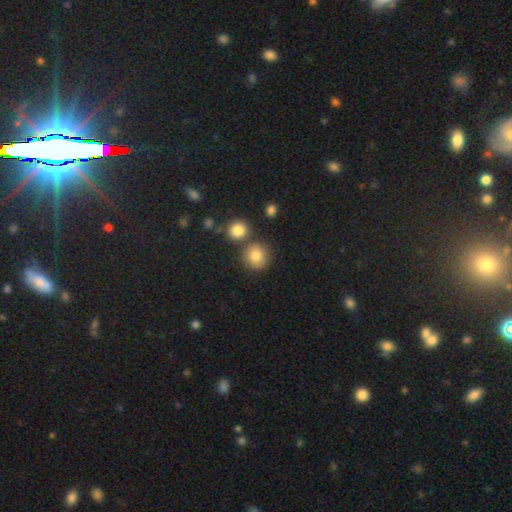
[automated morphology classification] smooth 83%, star or artifact 10%, featured or disk 7%. Down the decision tree: how rounded — round (89%); merging — none (72%).